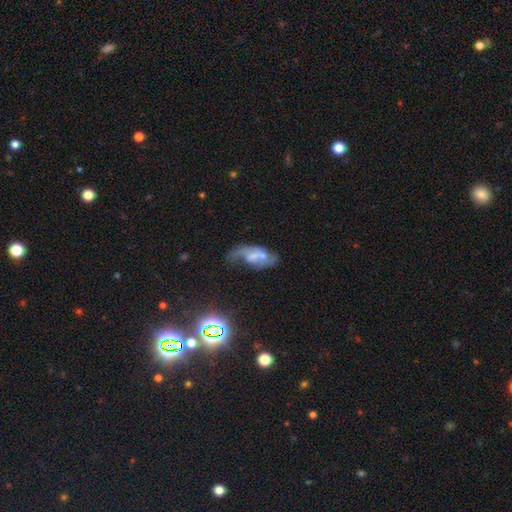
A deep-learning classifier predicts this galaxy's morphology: featured or disk 62%, smooth 27%, star or artifact 11%. Down the decision tree: edge-on disk — no (93%); bar — no (52%); spiral arms — yes (69%); bulge size — small (33%); merging — major disturbance (30%, tied with none).